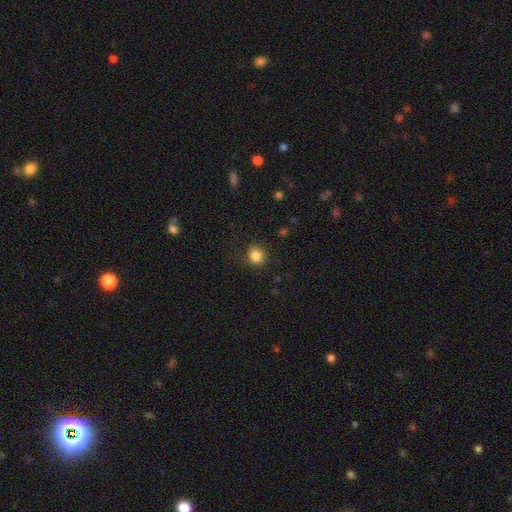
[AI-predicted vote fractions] Q: Smooth or featured?
A: smooth (85%); runner-up: star or artifact (11%)
Q: How rounded?
A: round (83%); runner-up: in between (16%)
Q: Merging?
A: none (82%); runner-up: minor disturbance (13%)